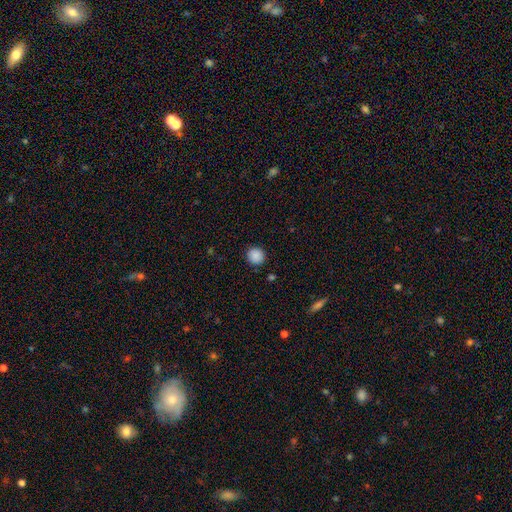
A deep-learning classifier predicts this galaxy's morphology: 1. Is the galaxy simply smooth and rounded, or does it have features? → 88% smooth, 9% star or artifact, 3% featured or disk.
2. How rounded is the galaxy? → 90% round, 9% in between, 1% cigar-shaped.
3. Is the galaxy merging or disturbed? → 89% none, 7% minor disturbance, 2% major disturbance, 2% merger.